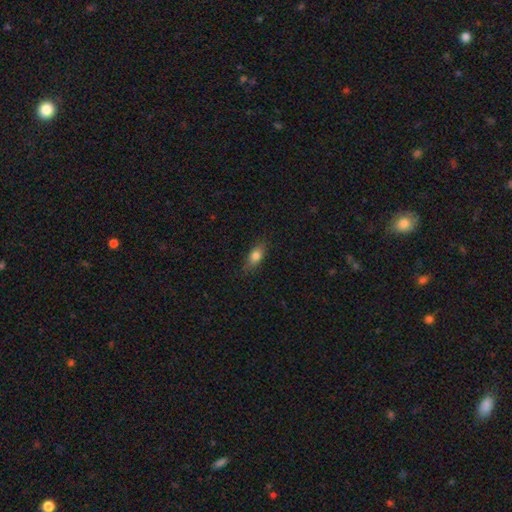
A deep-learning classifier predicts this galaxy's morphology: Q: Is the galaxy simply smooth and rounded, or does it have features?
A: smooth — 77%.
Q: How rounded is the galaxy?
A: in between — 76%.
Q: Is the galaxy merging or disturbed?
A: none — 80%.